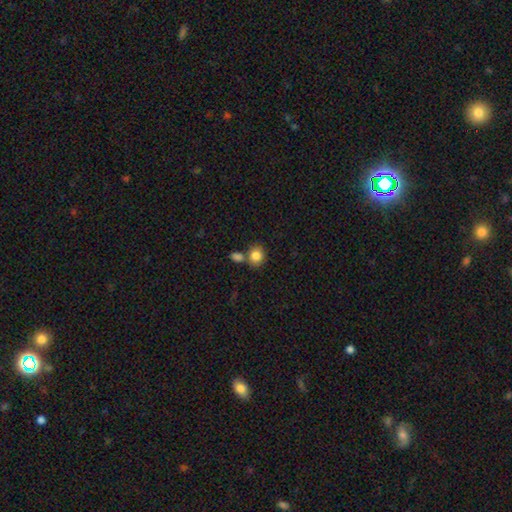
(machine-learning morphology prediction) Smooth or featured: smooth — 84% (star or artifact — 9%)
How rounded: round — 74% (in between — 25%)
Merging: none — 61% (merger — 25%)